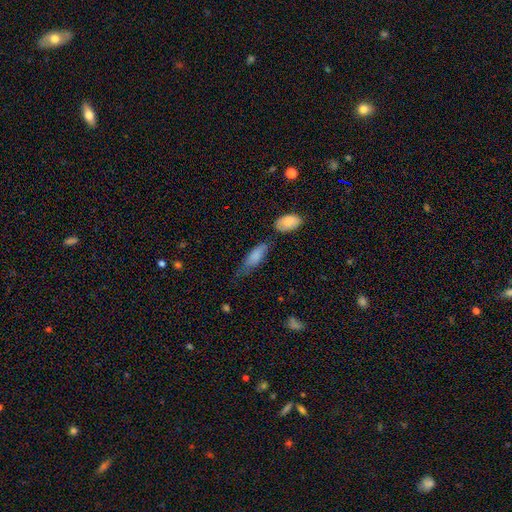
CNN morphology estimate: smooth 80%, featured or disk 13%, star or artifact 6%. Down the decision tree: how rounded — in between (66%); merging — none (47%).